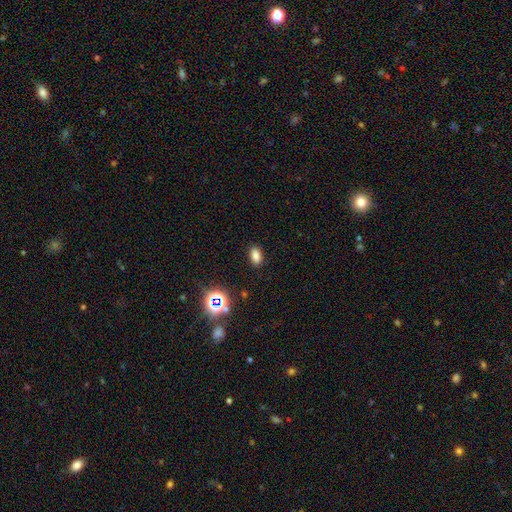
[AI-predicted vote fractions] A smooth galaxy with no disk features (78%) that is in between round and cigar-shaped (89%). Merging: none (88%).